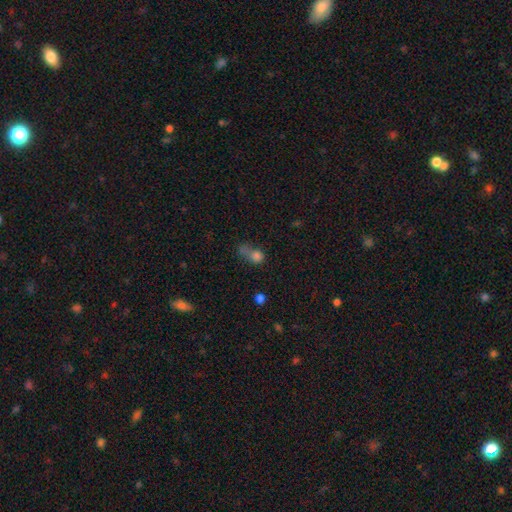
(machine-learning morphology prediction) Smooth or featured? smooth (74%)
How rounded? round (63%)
Merging? merger (32%)